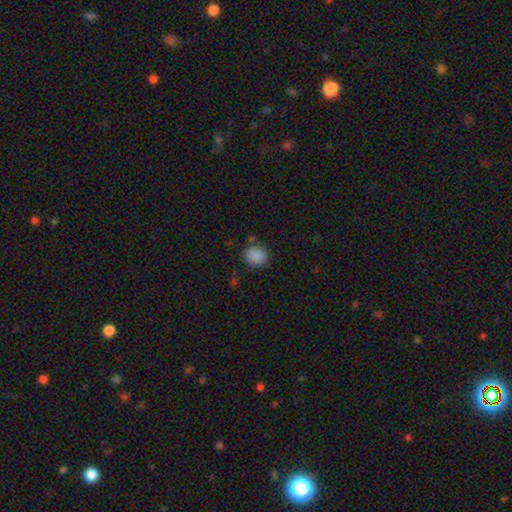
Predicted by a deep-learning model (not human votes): A smooth galaxy with no disk features (87%) that is round (70%). Merging: none (81%).